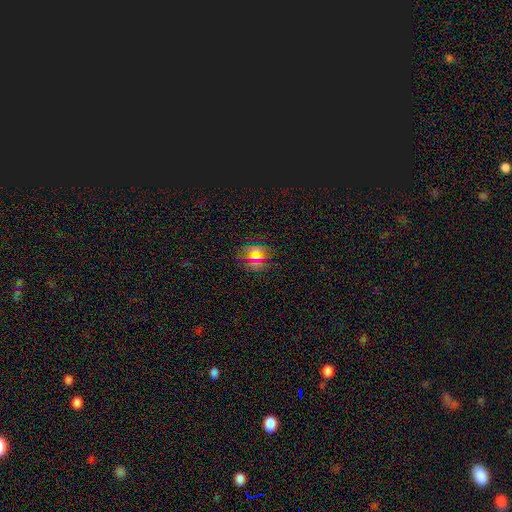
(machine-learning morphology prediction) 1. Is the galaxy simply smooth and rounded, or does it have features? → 57% smooth, 32% star or artifact, 10% featured or disk.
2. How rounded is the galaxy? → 64% round, 32% in between, 4% cigar-shaped.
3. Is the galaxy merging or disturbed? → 81% none, 12% minor disturbance, 4% major disturbance, 3% merger.